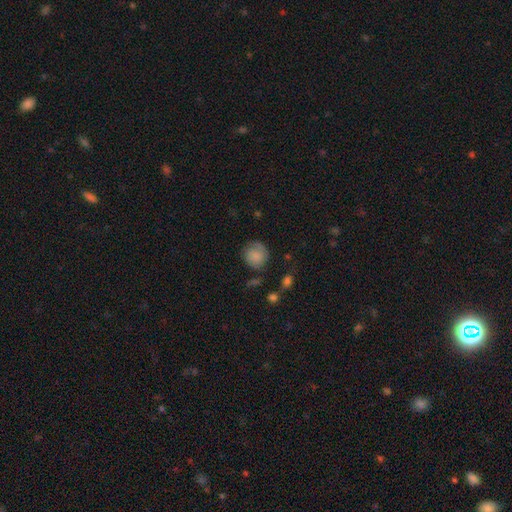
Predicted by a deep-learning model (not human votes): A smooth galaxy with no disk features (63%) that is round (82%). Merging: none (62%).